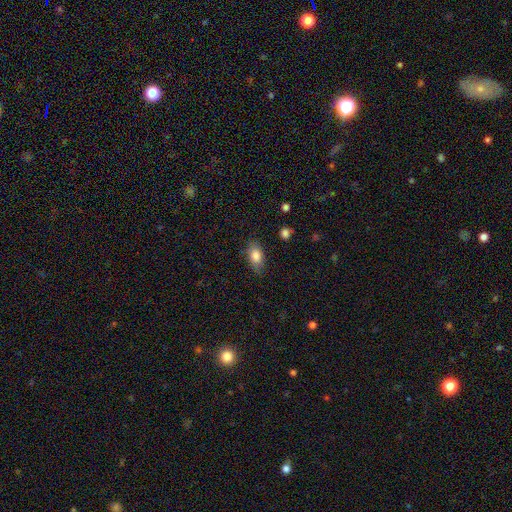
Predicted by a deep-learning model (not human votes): Smooth or featured? smooth (82%)
How rounded? in between (87%)
Merging? none (79%)